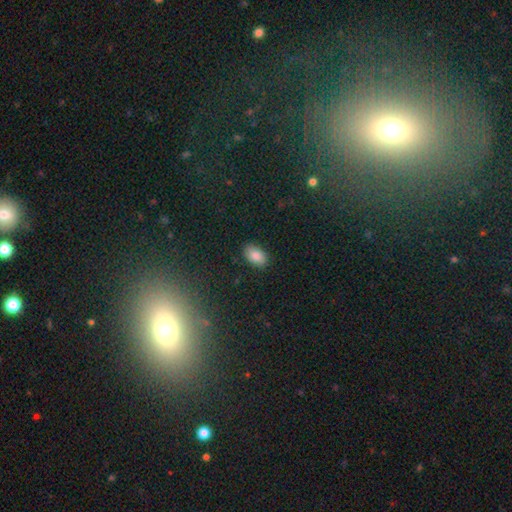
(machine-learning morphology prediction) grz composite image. It shows a smooth galaxy with no disk features (85%) that is in between round and cigar-shaped (91%). Merging: none (87%).